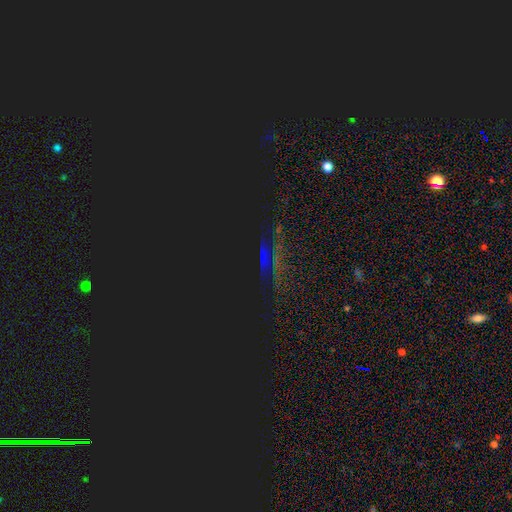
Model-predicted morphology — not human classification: Q: Smooth or featured?
A: star or artifact (85%); runner-up: smooth (9%)